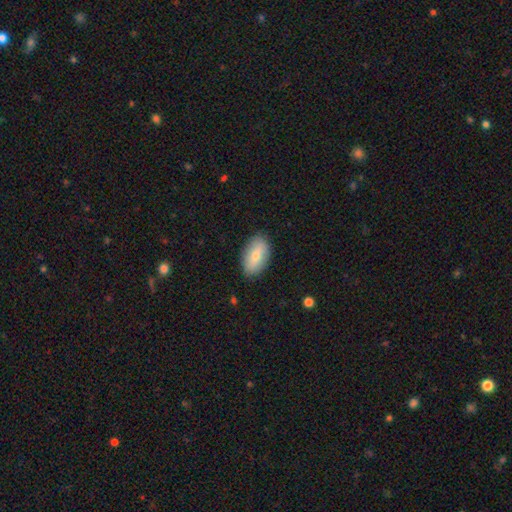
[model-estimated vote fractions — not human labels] Q: Smooth or featured?
A: smooth (74%); runner-up: featured or disk (20%)
Q: How rounded?
A: in between (93%); runner-up: round (4%)
Q: Merging?
A: none (85%); runner-up: minor disturbance (11%)